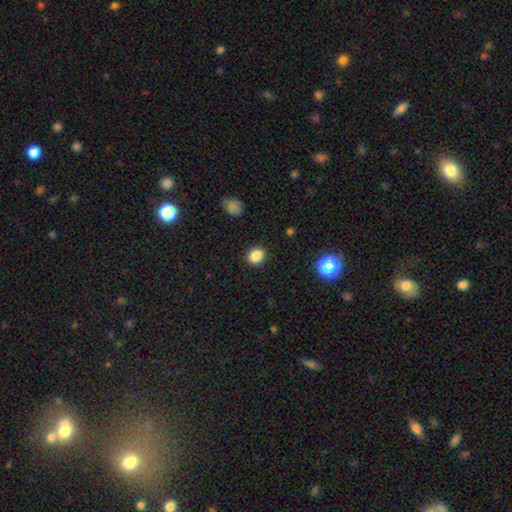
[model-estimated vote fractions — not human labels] Q: Smooth or featured?
A: smooth (85%); runner-up: star or artifact (11%)
Q: How rounded?
A: round (75%); runner-up: in between (24%)
Q: Merging?
A: none (90%); runner-up: minor disturbance (6%)